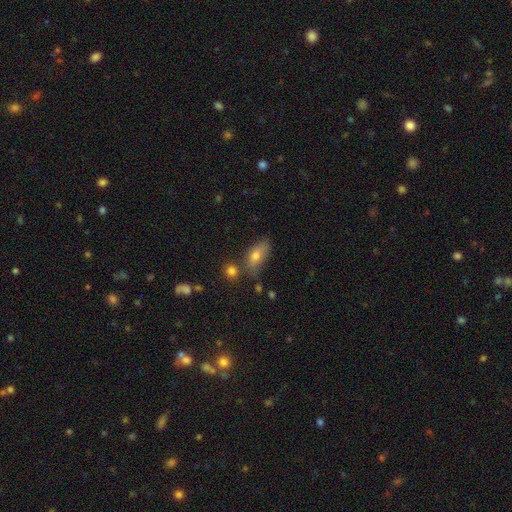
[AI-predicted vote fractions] Q: Smooth or featured?
A: smooth (71%); runner-up: featured or disk (19%)
Q: How rounded?
A: in between (77%); runner-up: cigar-shaped (16%)
Q: Merging?
A: none (65%); runner-up: minor disturbance (20%)